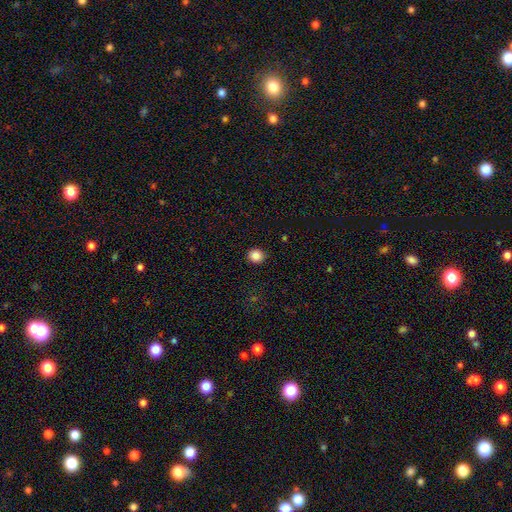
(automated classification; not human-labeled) Q: Smooth or featured?
A: smooth (86%); runner-up: star or artifact (10%)
Q: How rounded?
A: round (86%); runner-up: in between (13%)
Q: Merging?
A: none (91%); runner-up: minor disturbance (7%)